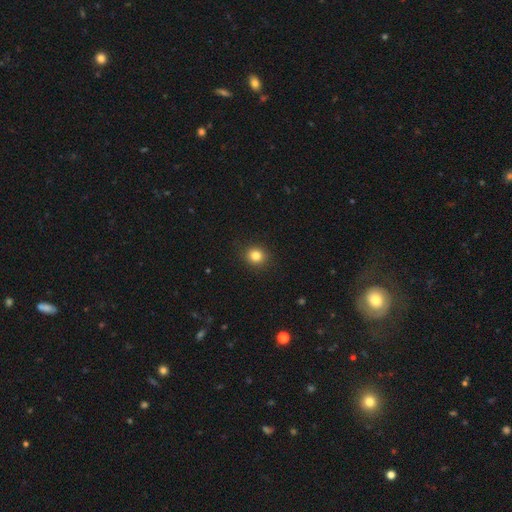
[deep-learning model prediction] The model was most divided on "how rounded": round: 83%, in between: 16%, cigar-shaped: 1%. More confident: merging — none (90%); smooth or featured — smooth (83%).